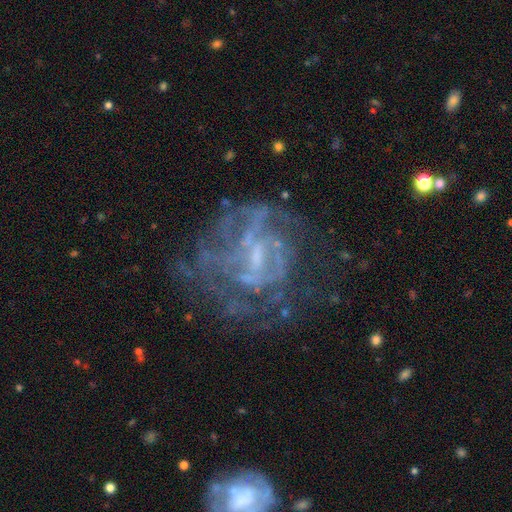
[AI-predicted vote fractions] The model was most divided on "bar": weak: 44%, no: 43%, strong: 13%. Remaining: edge-on disk — no (98%); smooth or featured — featured or disk (76%); spiral arms — yes (60%); merging — none (53%); bulge size — small (46%).